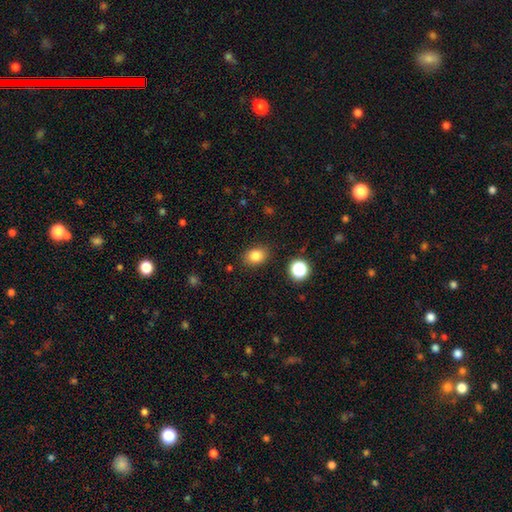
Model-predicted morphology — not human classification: Overall: smooth (82%). How rounded: in between (60%; round 39%). Merging: none (85%).